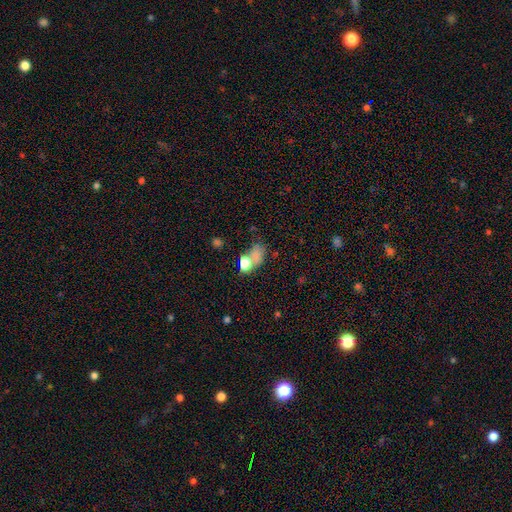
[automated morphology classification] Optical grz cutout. It shows a smooth galaxy with no disk features (65%) that is in between round and cigar-shaped (65%). Merging: none (41%).